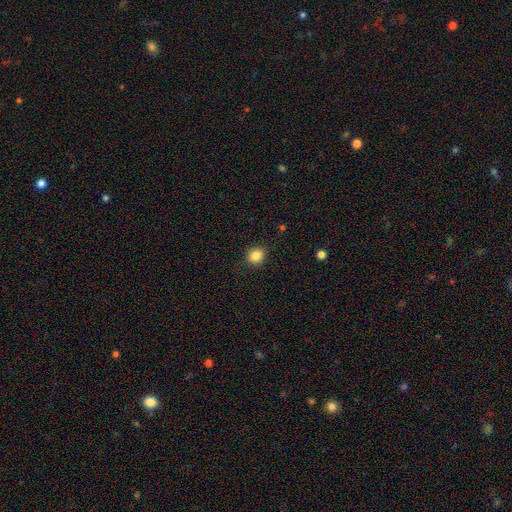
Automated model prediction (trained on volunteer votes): Smooth or featured?
  - smooth: 85% *
  - star or artifact: 11%
  - featured or disk: 5%
How rounded?
  - round: 80% *
  - in between: 19%
  - cigar-shaped: 1%
Merging?
  - none: 88% *
  - minor disturbance: 9%
  - major disturbance: 2%
  - merger: 1%